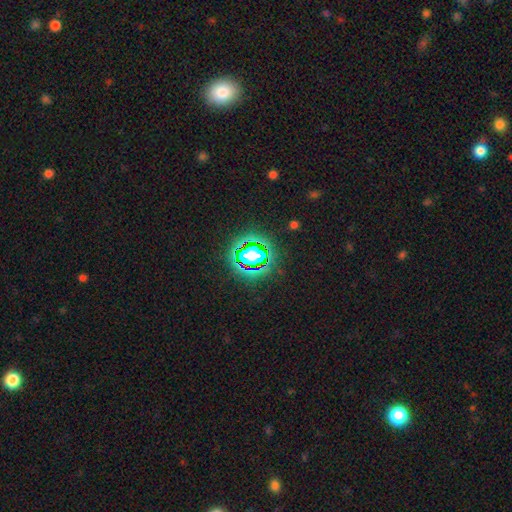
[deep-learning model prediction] This appears to be a star or artifact, not a galaxy (79%).